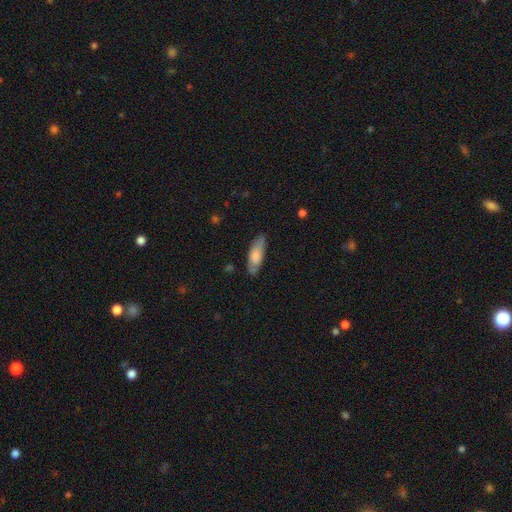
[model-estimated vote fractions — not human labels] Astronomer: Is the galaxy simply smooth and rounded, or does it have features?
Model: smooth — 72%.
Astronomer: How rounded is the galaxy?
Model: in between — 64%.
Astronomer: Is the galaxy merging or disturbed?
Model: none — 76%.